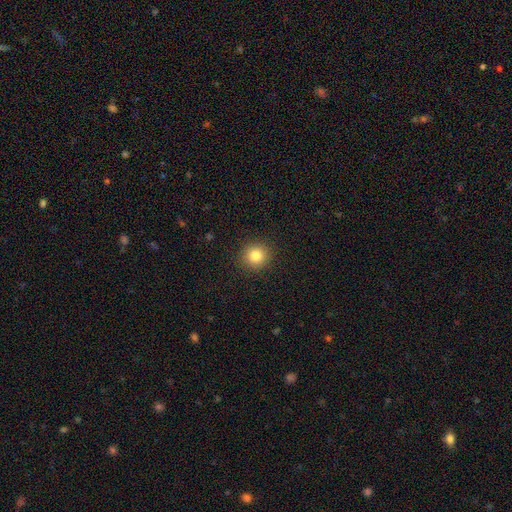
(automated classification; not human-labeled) A smooth galaxy with no disk features (82%) that is round (91%).

Vote fractions:
- Smooth or featured? smooth: 82% / star or artifact: 11% / featured or disk: 6%
- How rounded? round: 91% / in between: 8% / cigar-shaped: 1%
- Merging? none: 91% / minor disturbance: 6% / major disturbance: 2% / merger: 1%